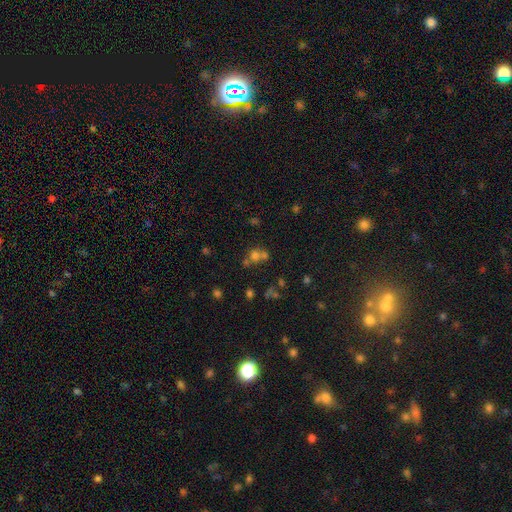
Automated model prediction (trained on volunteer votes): This appears to be a smooth galaxy with no disk features (61%) that is round (75%). Merging: merger (48%).